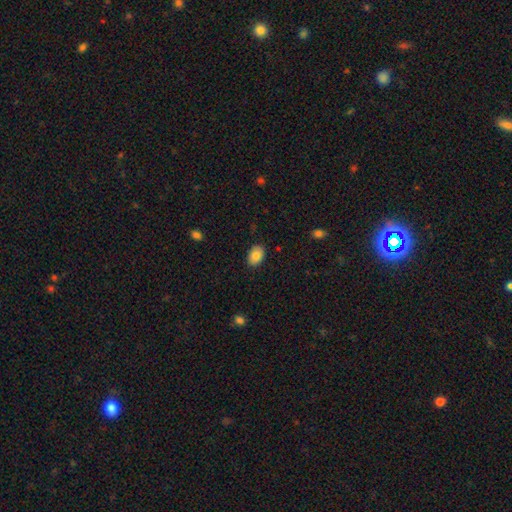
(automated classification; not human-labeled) Smooth or featured?
  - smooth: 86% *
  - star or artifact: 8%
  - featured or disk: 6%
How rounded?
  - in between: 86% *
  - round: 13%
  - cigar-shaped: 1%
Merging?
  - none: 88% *
  - minor disturbance: 9%
  - major disturbance: 2%
  - merger: 1%